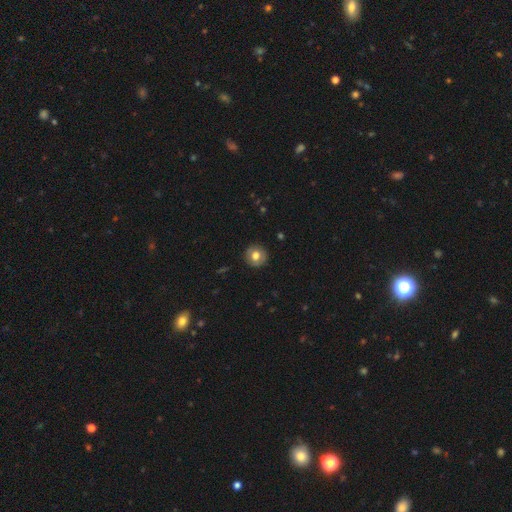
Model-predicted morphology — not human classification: This appears to be a smooth galaxy with no disk features (72%) that is round (93%). Merging: none (90%).